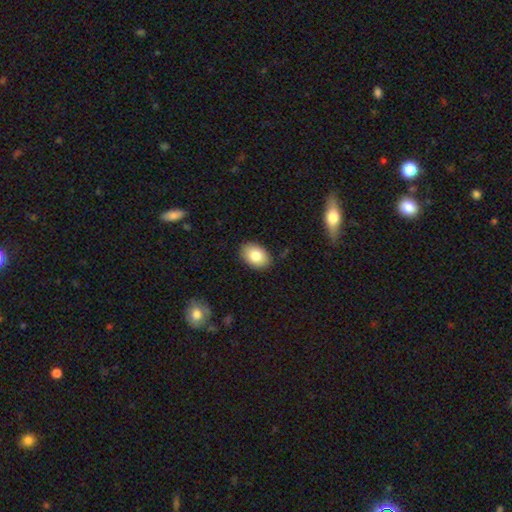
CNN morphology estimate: Overall: smooth (82%). How rounded: in between (84%). Merging: none (87%).